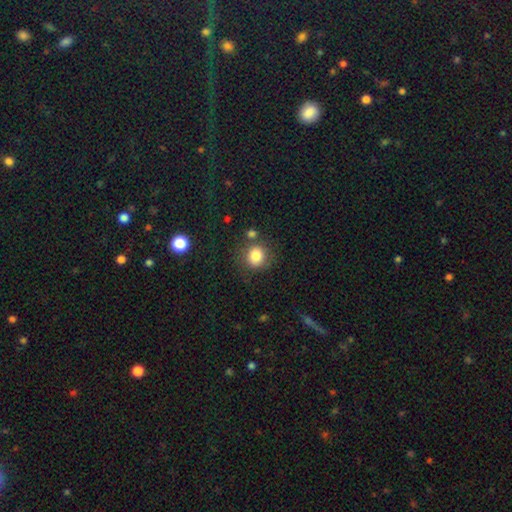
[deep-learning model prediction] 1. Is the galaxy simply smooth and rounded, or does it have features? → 83% smooth, 11% star or artifact, 6% featured or disk.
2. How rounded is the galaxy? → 83% round, 16% in between, 1% cigar-shaped.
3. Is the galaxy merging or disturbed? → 75% none, 13% minor disturbance, 8% merger, 5% major disturbance.